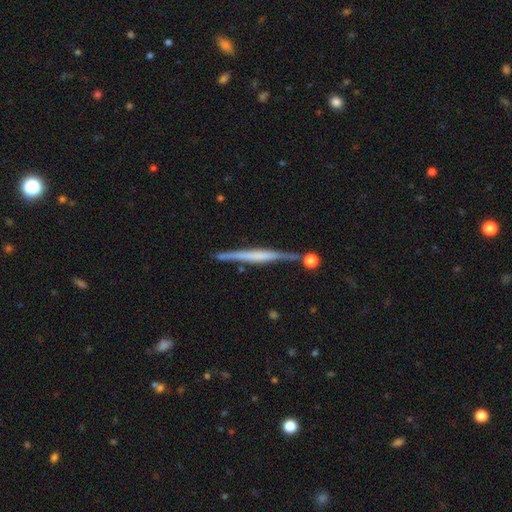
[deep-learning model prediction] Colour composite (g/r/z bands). It shows a featured or disk galaxy (71%) viewed edge-on (98%) with no central bulge (42%). Merging: none (79%).